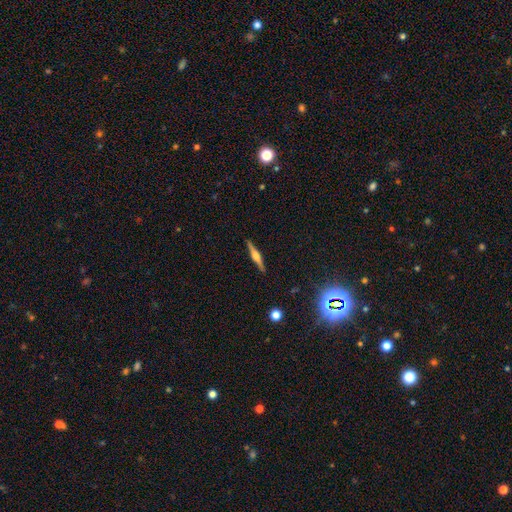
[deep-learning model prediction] Overall: featured or disk (73%). Edge-on disk: yes (98%). Edge-on bulge: rounded (81%). Merging: none (91%).